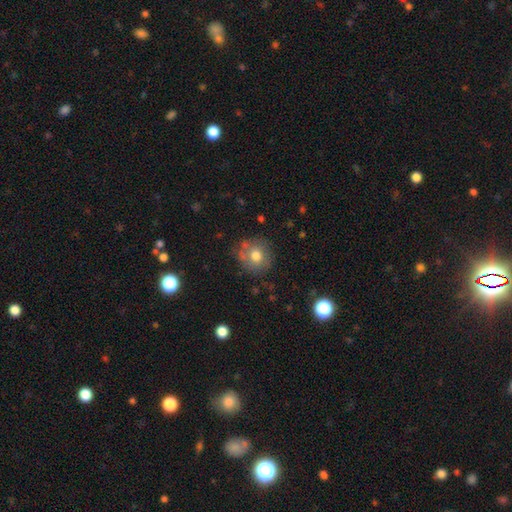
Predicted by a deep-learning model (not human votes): Morphology: type=smooth (73%); roundness=round (85%); merging=none (73%).